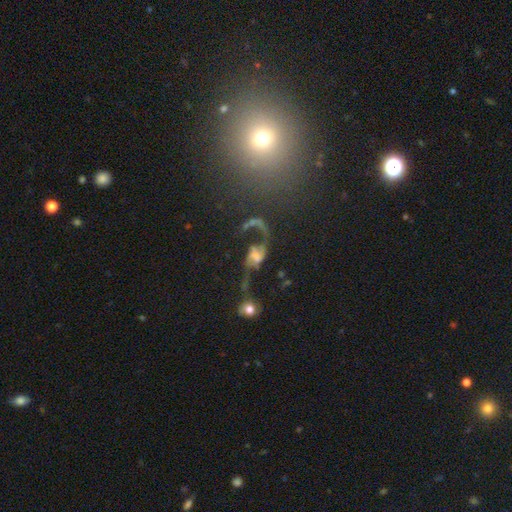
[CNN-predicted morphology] This appears to be a featured or disk galaxy (70%) with no bar (52%), 2 (81%) loose (87%) spiral arms (84%) and no central bulge (28%). Merging: major disturbance (35%).